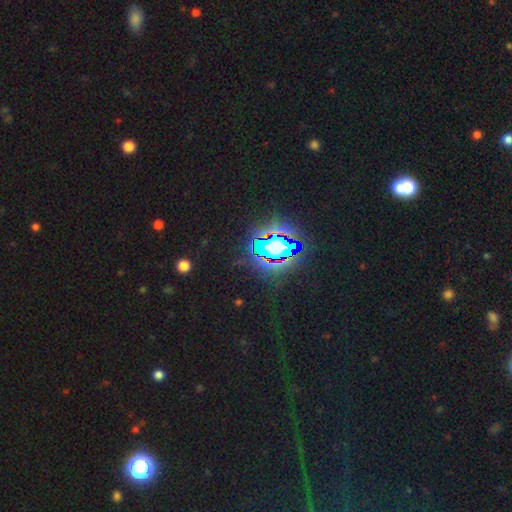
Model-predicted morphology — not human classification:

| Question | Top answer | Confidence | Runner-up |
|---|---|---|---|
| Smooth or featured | star or artifact | 83% | smooth (10%) |